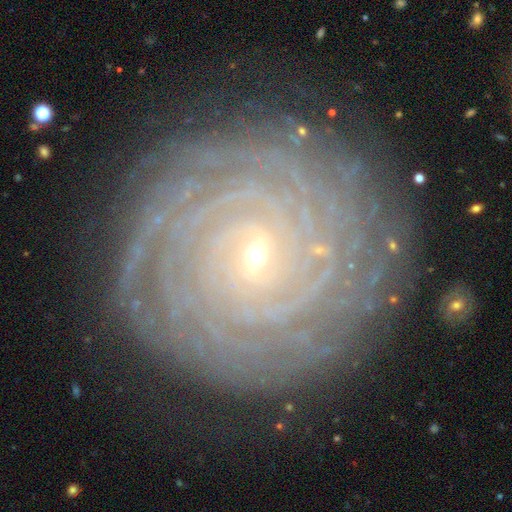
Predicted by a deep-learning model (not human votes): A featured or disk galaxy (87%) with no bar (56%), more than 4 (26%) tight (91%) spiral arms (98%) and a small central bulge (82%).

Vote fractions:
- Smooth or featured? featured or disk: 87% / star or artifact: 6% / smooth: 6%
- Edge-on disk? no: 97% / yes: 3%
- Bar? no: 56% / weak: 29% / strong: 15%
- Spiral arms? yes: 98% / no: 2%
- Spiral winding? tight: 91% / medium: 7% / loose: 2%
- Spiral arm count? more than 4: 26% / can't tell: 22% / 4: 19% / 3: 13% / 2: 12% / 1: 8%
- Bulge size? small: 82% / moderate: 15% / large: 1% / none: 1% / dominant: 1%
- Merging? none: 86% / minor disturbance: 10% / major disturbance: 3% / merger: 1%